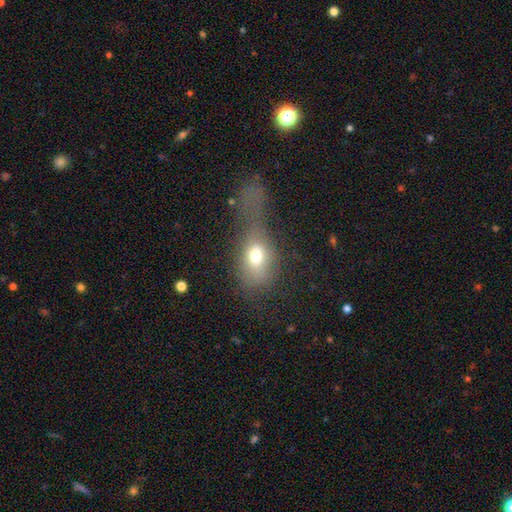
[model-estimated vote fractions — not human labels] A smooth galaxy with no disk features (70%) that is in between round and cigar-shaped (70%).

Vote fractions:
- Smooth or featured? smooth: 70% / featured or disk: 18% / star or artifact: 12%
- How rounded? in between: 70% / round: 26% / cigar-shaped: 4%
- Merging? major disturbance: 44% / none: 20% / merger: 20% / minor disturbance: 16%